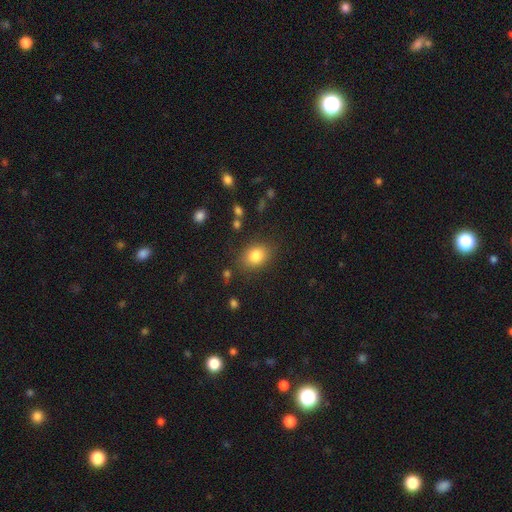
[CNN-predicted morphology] smooth 82%, star or artifact 10%, featured or disk 8%. Down the decision tree: how rounded — in between (60%); merging — none (82%).